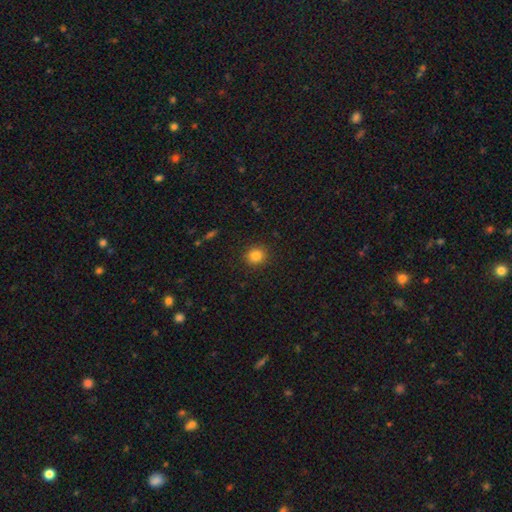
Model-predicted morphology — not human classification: smooth_or_featured: smooth (p=0.84) [alt: star or artifact p=0.12]
how_rounded: round (p=0.84) [alt: in between p=0.15]
merging: none (p=0.90) [alt: minor disturbance p=0.07]